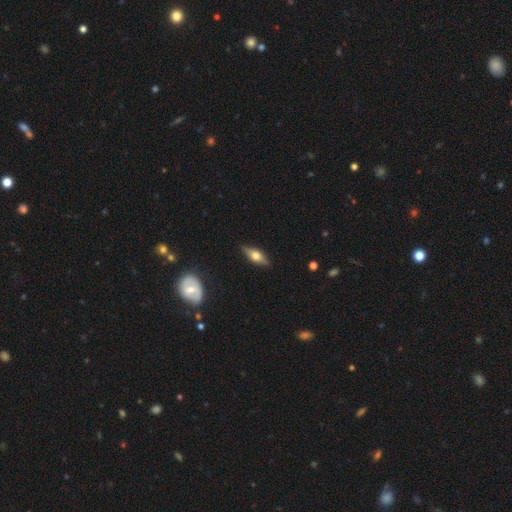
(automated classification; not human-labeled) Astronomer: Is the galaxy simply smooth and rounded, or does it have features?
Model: featured or disk — 58% (runner-up: smooth, 35%).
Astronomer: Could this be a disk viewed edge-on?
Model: yes — 91%.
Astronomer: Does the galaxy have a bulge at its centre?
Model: rounded — 93%.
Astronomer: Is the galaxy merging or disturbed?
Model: none — 86%.